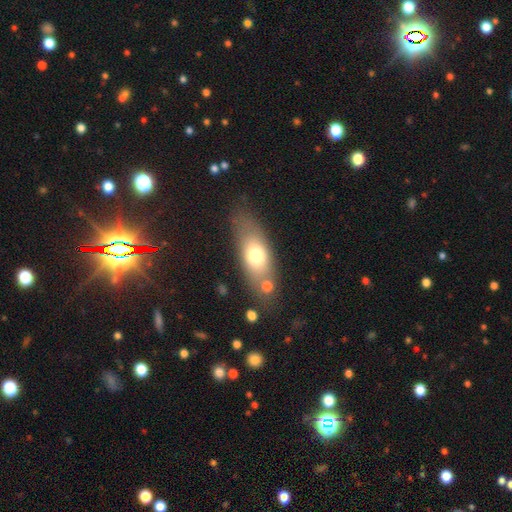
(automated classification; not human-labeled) smooth_or_featured: smooth (p=0.68) [alt: featured or disk p=0.24]
how_rounded: in between (p=0.72) [alt: cigar-shaped p=0.21]
merging: none (p=0.66) [alt: minor disturbance p=0.16]